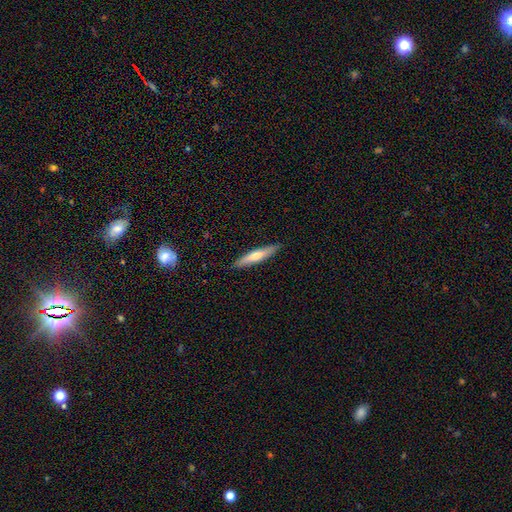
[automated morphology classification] The model was most divided on "smooth or featured": smooth: 55%, featured or disk: 39%, star or artifact: 6%. More confident: merging — none (89%); how rounded — cigar-shaped (89%).